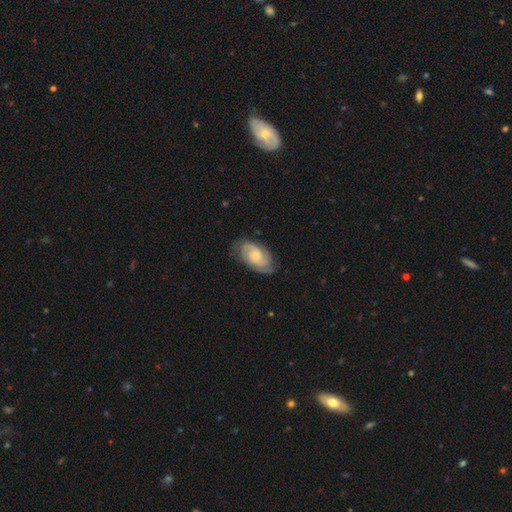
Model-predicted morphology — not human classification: smooth_or_featured: featured or disk (p=0.75) [alt: smooth p=0.20]
disk_edge_on: no (p=0.96) [alt: yes p=0.04]
bar: no (p=0.67) [alt: weak p=0.29]
has_spiral_arms: yes (p=0.95) [alt: no p=0.05]
spiral_winding: tight (p=0.51) [alt: medium p=0.39]
spiral_arm_count: 2 (p=0.65) [alt: can't tell p=0.17]
bulge_size: small (p=0.56) [alt: moderate p=0.35]
merging: none (p=0.75) [alt: minor disturbance p=0.19]